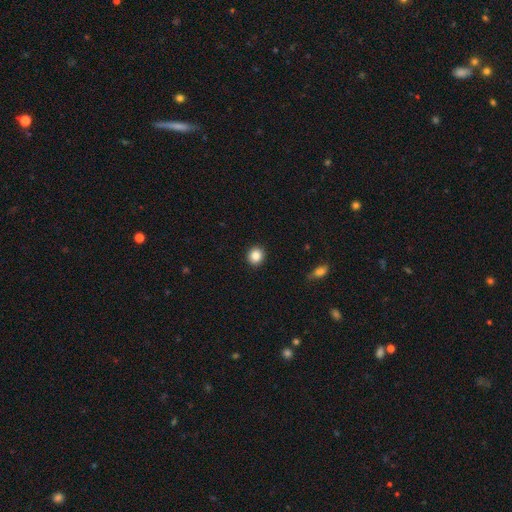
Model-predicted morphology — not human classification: This appears to be a smooth galaxy with no disk features (86%) that is round (87%). Merging: none (91%).